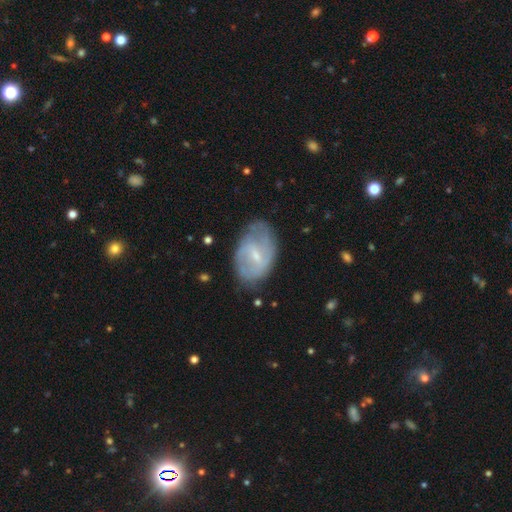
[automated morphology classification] Smooth or featured: featured or disk — 69% (smooth — 24%)
Edge-on disk: no — 96% (yes — 4%)
Bar: weak — 59% (strong — 22%)
Spiral arms: yes — 76% (no — 24%)
Spiral winding: medium — 42% (tight — 33%)
Spiral arm count: 2 — 59% (can't tell — 29%)
Bulge size: small — 69% (moderate — 24%)
Merging: none — 66% (minor disturbance — 24%)